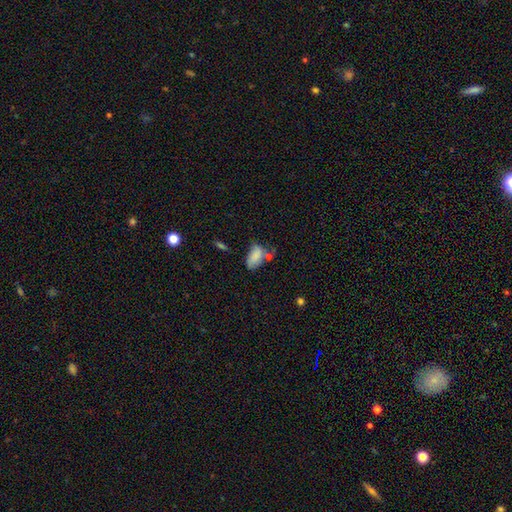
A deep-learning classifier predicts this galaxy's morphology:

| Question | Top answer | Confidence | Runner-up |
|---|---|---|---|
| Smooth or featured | smooth | 76% | featured or disk (15%) |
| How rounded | in between | 91% | round (7%) |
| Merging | none | 38% | minor disturbance (31%) |